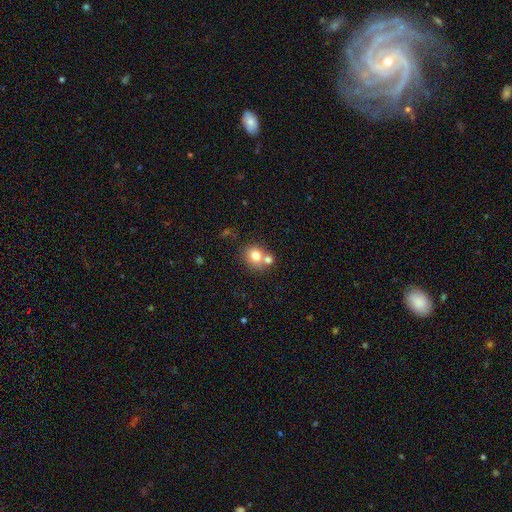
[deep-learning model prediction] Overall: smooth (76%). How rounded: round (76%). Merging: none (49%; merger 38%).